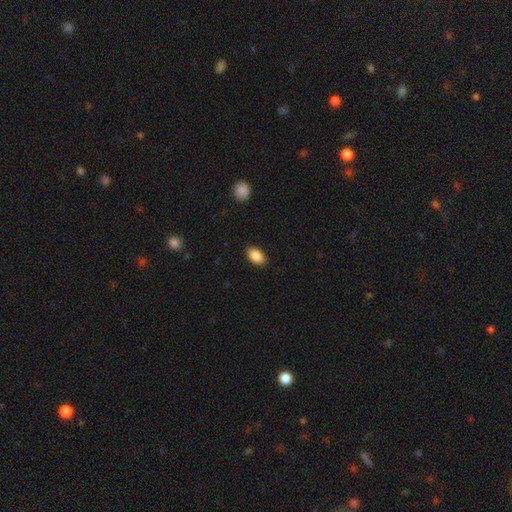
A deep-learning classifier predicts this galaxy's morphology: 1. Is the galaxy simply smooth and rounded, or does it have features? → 89% smooth, 7% star or artifact, 4% featured or disk.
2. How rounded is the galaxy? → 92% in between, 7% round, 2% cigar-shaped.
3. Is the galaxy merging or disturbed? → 88% none, 9% minor disturbance, 2% major disturbance, 1% merger.